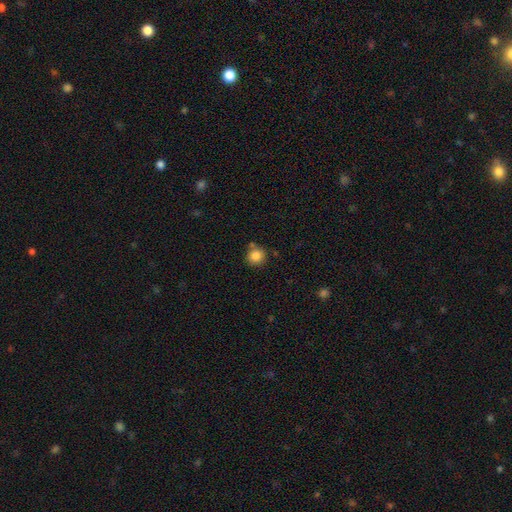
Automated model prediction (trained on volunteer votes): Q: Smooth or featured?
A: smooth (85%); runner-up: star or artifact (10%)
Q: How rounded?
A: round (90%); runner-up: in between (9%)
Q: Merging?
A: none (75%); runner-up: minor disturbance (12%)